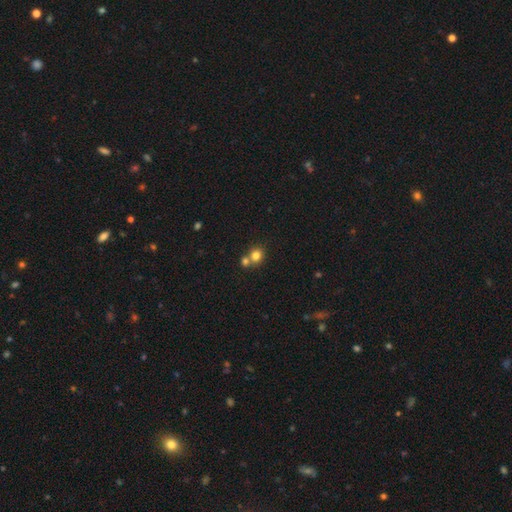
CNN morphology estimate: smooth_or_featured: smooth (p=0.79) [alt: star or artifact p=0.12]
how_rounded: round (p=0.82) [alt: in between p=0.18]
merging: none (p=0.49) [alt: merger p=0.42]